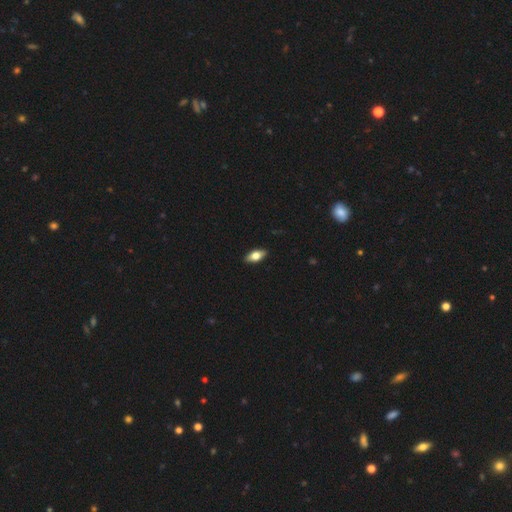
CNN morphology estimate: A smooth galaxy with no disk features (73%) that is in between round and cigar-shaped (88%). Merging: none (90%).